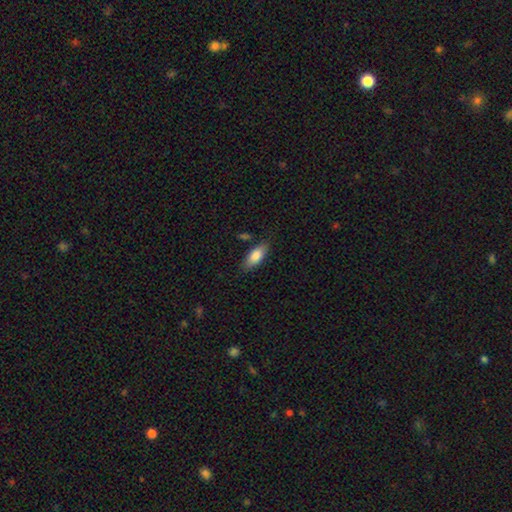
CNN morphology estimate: smooth_or_featured: smooth (p=0.82) [alt: featured or disk p=0.11]
how_rounded: in between (p=0.80) [alt: cigar-shaped p=0.17]
merging: none (p=0.80) [alt: minor disturbance p=0.14]